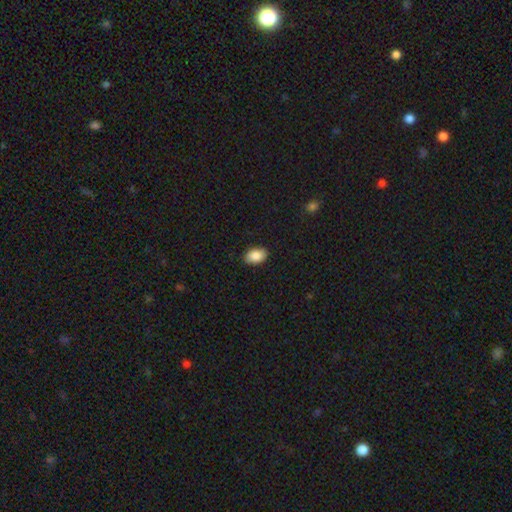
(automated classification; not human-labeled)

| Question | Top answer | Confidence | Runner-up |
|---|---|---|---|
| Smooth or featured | smooth | 87% | star or artifact (7%) |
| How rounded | in between | 89% | round (10%) |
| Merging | none | 89% | minor disturbance (8%) |